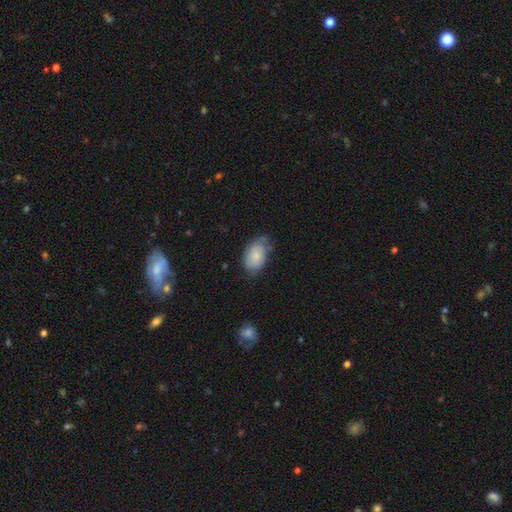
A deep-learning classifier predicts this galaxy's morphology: smooth_or_featured: smooth (p=0.73) [alt: featured or disk p=0.20]
how_rounded: in between (p=0.90) [alt: round p=0.09]
merging: none (p=0.56) [alt: minor disturbance p=0.33]